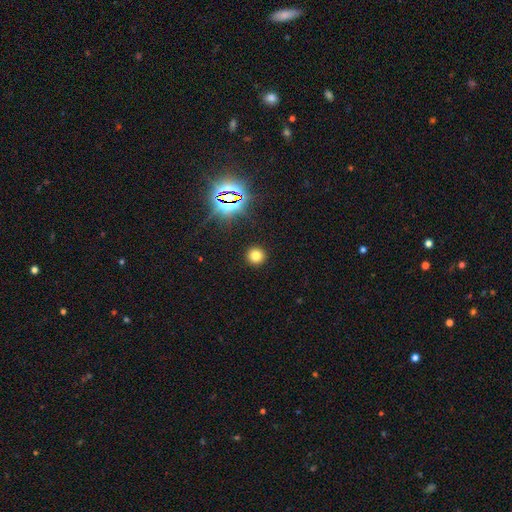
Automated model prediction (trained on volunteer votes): Overall: smooth (75%). How rounded: round (94%). Merging: none (92%).